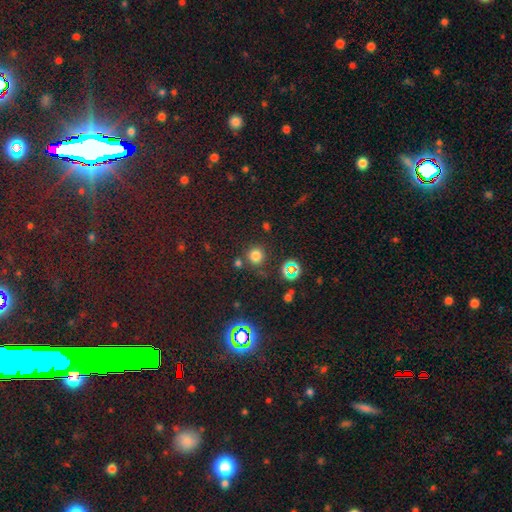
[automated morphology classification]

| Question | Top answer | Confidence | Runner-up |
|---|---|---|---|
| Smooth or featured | smooth | 73% | star or artifact (22%) |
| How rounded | round | 91% | in between (8%) |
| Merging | none | 79% | minor disturbance (9%) |